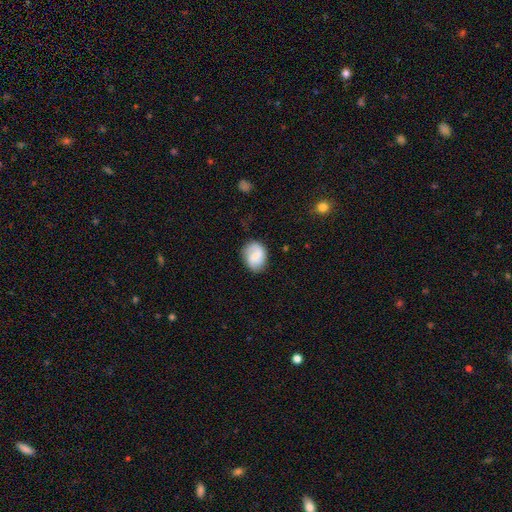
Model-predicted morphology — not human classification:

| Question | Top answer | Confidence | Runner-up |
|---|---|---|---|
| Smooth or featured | smooth | 52% | featured or disk (40%) |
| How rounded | in between | 53% | round (46%) |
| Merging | none | 71% | minor disturbance (21%) |